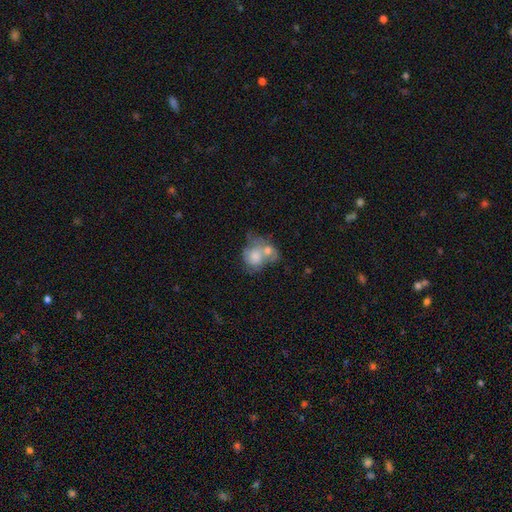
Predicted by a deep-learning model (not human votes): Smooth or featured?
  - smooth: 58% *
  - featured or disk: 35%
  - star or artifact: 7%
How rounded?
  - round: 53% *
  - in between: 46%
  - cigar-shaped: 1%
Merging?
  - merger: 68% *
  - none: 13%
  - major disturbance: 9%
  - minor disturbance: 9%